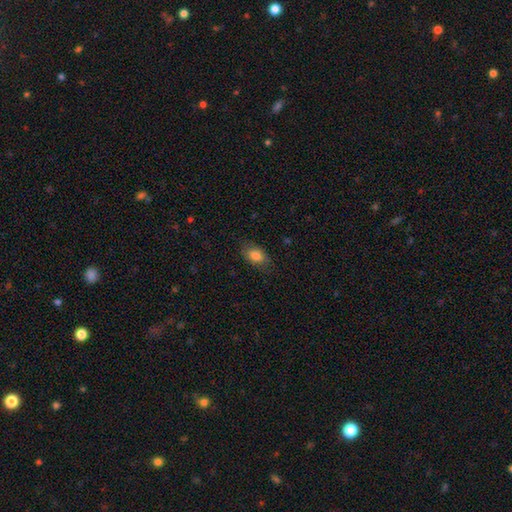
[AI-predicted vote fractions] smooth_or_featured: smooth (p=0.83) [alt: featured or disk p=0.09]
how_rounded: in between (p=0.88) [alt: round p=0.10]
merging: none (p=0.79) [alt: minor disturbance p=0.16]